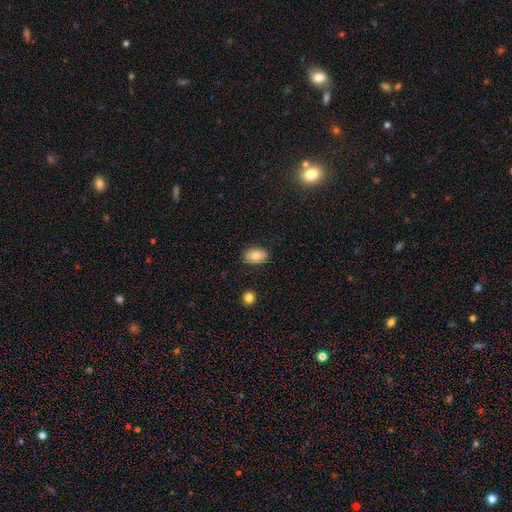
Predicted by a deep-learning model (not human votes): Smooth or featured? Predicted: smooth (p=0.80). How rounded? Predicted: in between (p=0.88). Merging? Predicted: none (p=0.87).